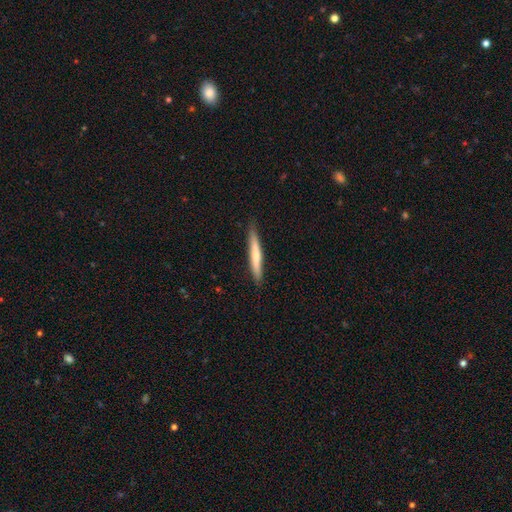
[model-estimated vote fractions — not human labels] Smooth or featured: smooth — 63% (featured or disk — 31%)
How rounded: cigar-shaped — 95% (in between — 3%)
Merging: none — 87% (minor disturbance — 10%)